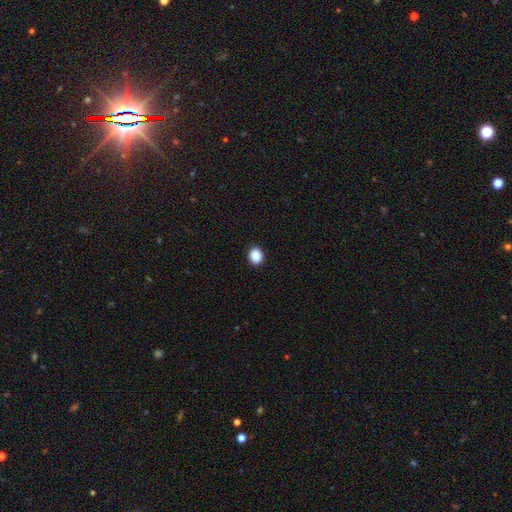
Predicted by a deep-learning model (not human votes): Smooth or featured? smooth (89%)
How rounded? round (65%)
Merging? none (92%)